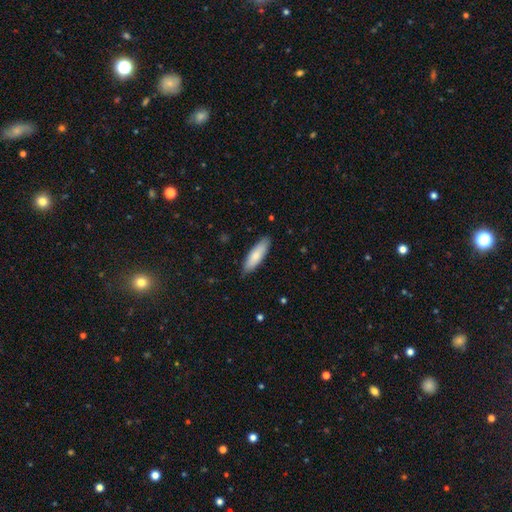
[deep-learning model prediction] A smooth galaxy with no disk features (79%) that is cigar-shaped (54%). Merging: none (85%).